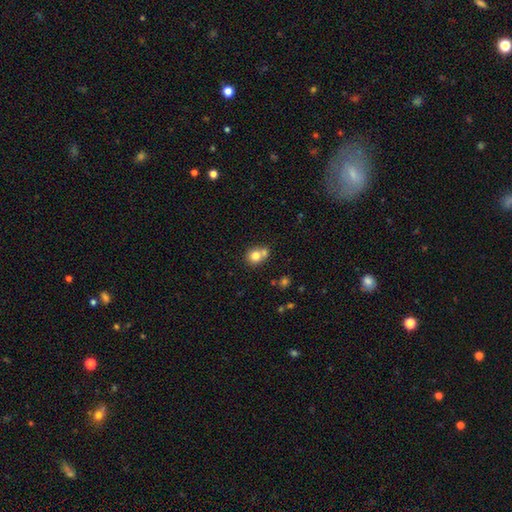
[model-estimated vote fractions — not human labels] The model was most divided on "merging": none: 46%, merger: 42%, minor disturbance: 9%, major disturbance: 3%. More confident: how rounded — round (82%); smooth or featured — smooth (77%).